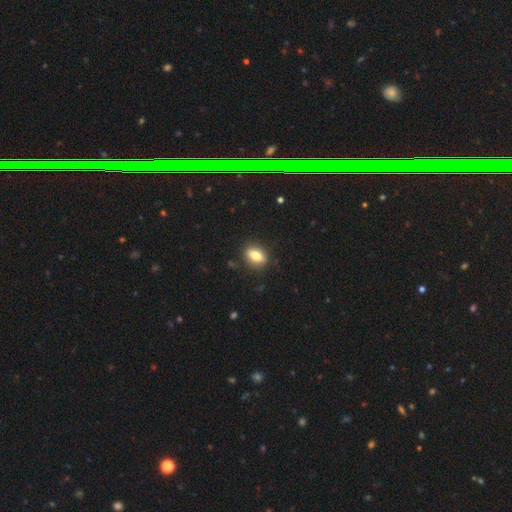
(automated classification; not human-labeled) Smooth or featured?
  - smooth: 73% *
  - featured or disk: 19%
  - star or artifact: 8%
How rounded?
  - in between: 77% *
  - round: 14%
  - cigar-shaped: 9%
Merging?
  - none: 86% *
  - minor disturbance: 10%
  - major disturbance: 3%
  - merger: 1%